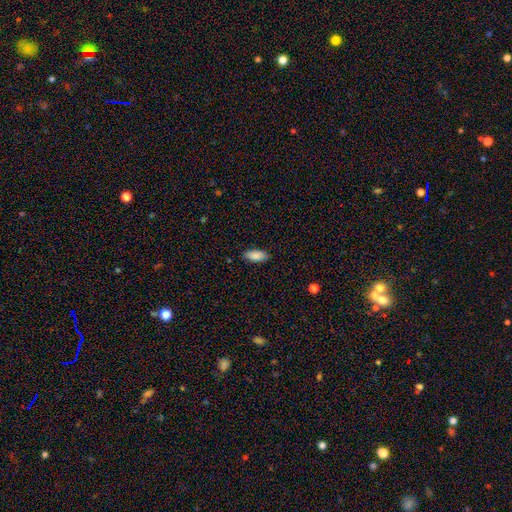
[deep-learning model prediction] This is clearly a smooth galaxy (88%). How rounded: clearly in between (86%). Merging: clearly none (87%).